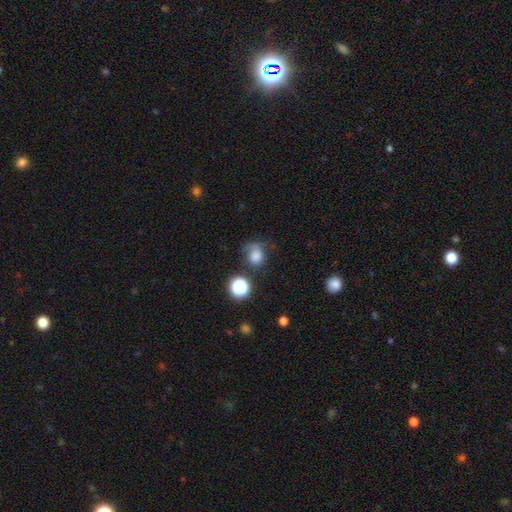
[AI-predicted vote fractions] Smooth or featured?
  - smooth: 71% *
  - star or artifact: 15%
  - featured or disk: 14%
How rounded?
  - round: 73% *
  - in between: 26%
  - cigar-shaped: 1%
Merging?
  - none: 46% *
  - minor disturbance: 27%
  - major disturbance: 21%
  - merger: 5%